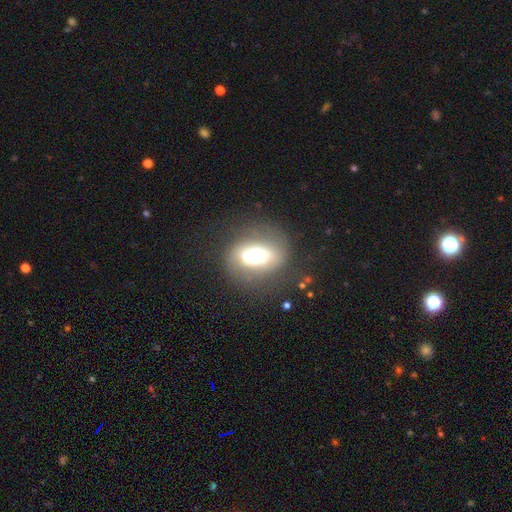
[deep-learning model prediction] A featured or disk galaxy (47%).

Vote fractions:
- Smooth or featured? featured or disk: 47% / smooth: 43% / star or artifact: 10%
- Merging? none: 55% / minor disturbance: 22% / major disturbance: 18% / merger: 4%